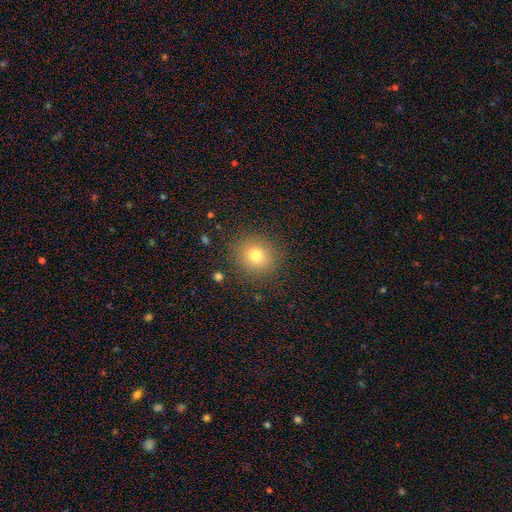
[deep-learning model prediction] smooth 76%, star or artifact 14%, featured or disk 10%. Down the decision tree: how rounded — round (83%); merging — none (87%).